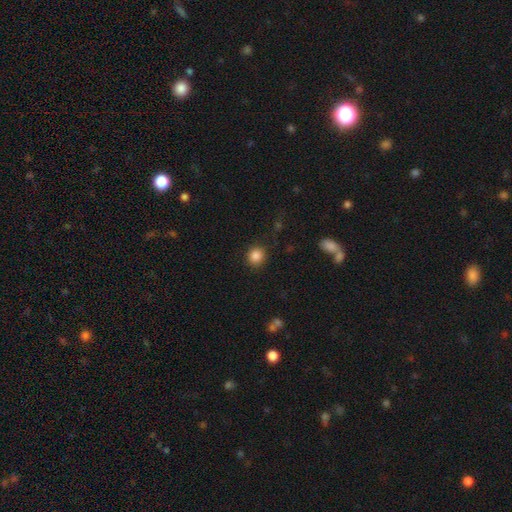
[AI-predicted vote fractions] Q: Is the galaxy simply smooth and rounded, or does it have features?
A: smooth — 86%.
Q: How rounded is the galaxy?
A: round — 86%.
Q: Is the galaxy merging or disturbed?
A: none — 87%.